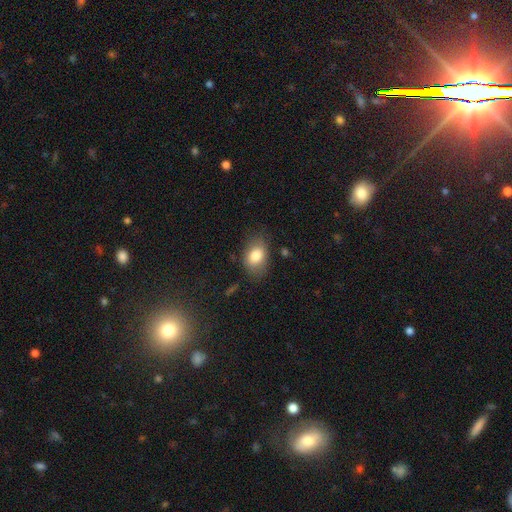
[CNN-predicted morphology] A smooth galaxy with no disk features (82%) that is in between round and cigar-shaped (83%).

Vote fractions:
- Smooth or featured? smooth: 82% / featured or disk: 10% / star or artifact: 8%
- How rounded? in between: 83% / round: 16% / cigar-shaped: 1%
- Merging? none: 72% / minor disturbance: 20% / major disturbance: 6% / merger: 2%